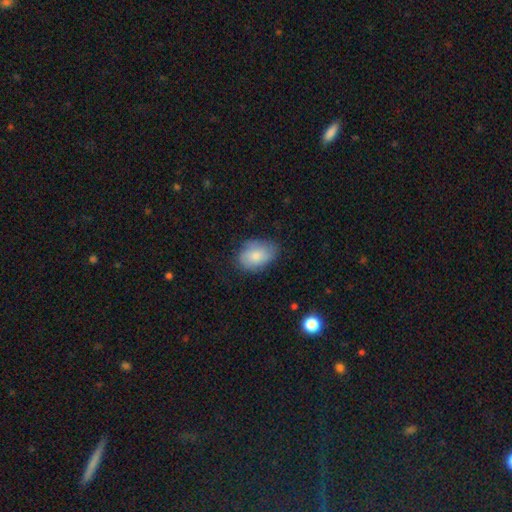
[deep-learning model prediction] Smooth or featured? smooth (78%)
How rounded? in between (83%)
Merging? none (66%)